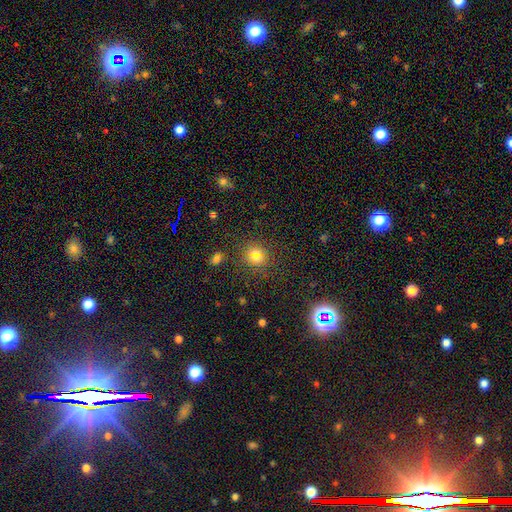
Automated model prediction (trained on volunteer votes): This appears to be a smooth galaxy with no disk features (71%) that is round (82%). Merging: none (80%).